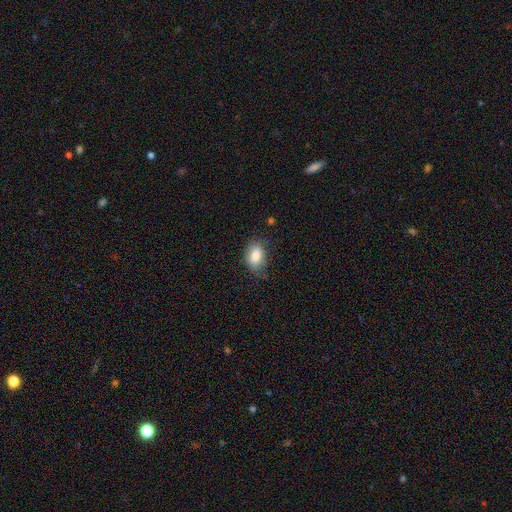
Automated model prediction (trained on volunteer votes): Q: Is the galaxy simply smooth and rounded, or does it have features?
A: smooth — 82%.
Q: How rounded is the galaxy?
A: in between — 83%.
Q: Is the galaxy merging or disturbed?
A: none — 72%.